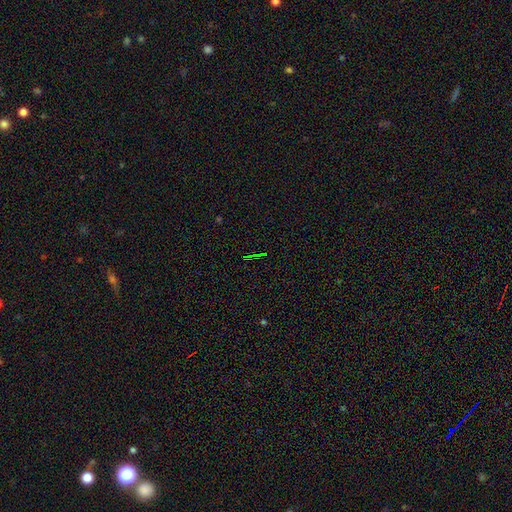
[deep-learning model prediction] Smooth or featured?
  - star or artifact: 76% *
  - smooth: 13%
  - featured or disk: 11%